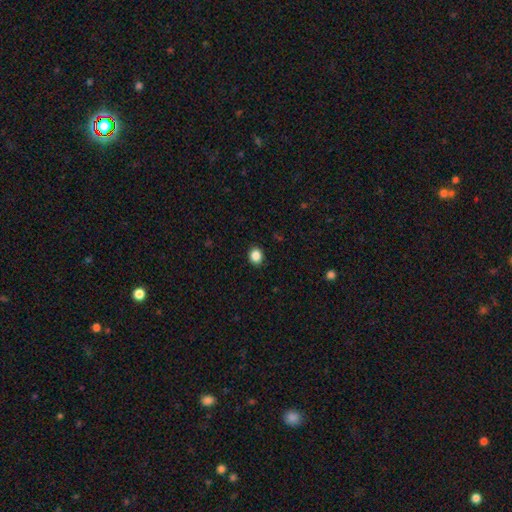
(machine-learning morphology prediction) Smooth or featured: smooth — 86% (star or artifact — 10%)
How rounded: round — 73% (in between — 27%)
Merging: none — 91% (minor disturbance — 6%)